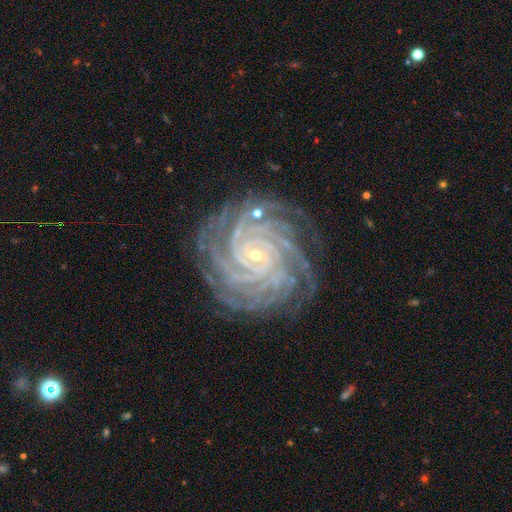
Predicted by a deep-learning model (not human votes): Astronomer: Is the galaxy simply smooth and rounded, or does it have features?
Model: featured or disk — 93%.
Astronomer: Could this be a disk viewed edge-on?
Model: no — 98%.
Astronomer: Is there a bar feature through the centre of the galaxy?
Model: no — 57%.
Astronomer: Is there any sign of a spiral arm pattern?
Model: yes — 99%.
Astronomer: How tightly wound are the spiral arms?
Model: tight — 88%.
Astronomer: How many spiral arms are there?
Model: more than 4 — 41% (runner-up: 4, 23%).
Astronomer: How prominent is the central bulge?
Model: small — 82%.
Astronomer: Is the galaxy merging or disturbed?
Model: none — 84%.